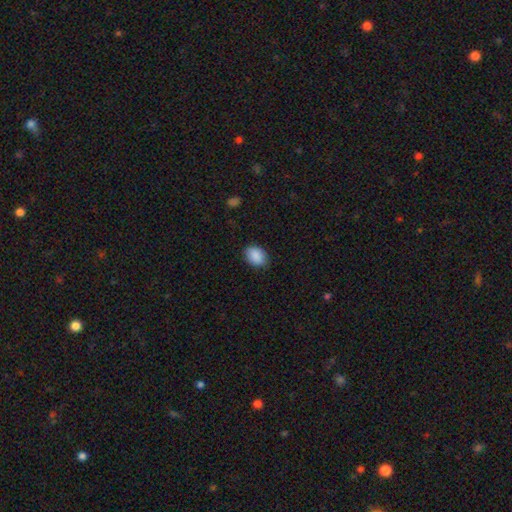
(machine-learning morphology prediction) smooth_or_featured: smooth (p=0.89) [alt: star or artifact p=0.07]
how_rounded: in between (p=0.75) [alt: round p=0.24]
merging: none (p=0.84) [alt: minor disturbance p=0.12]